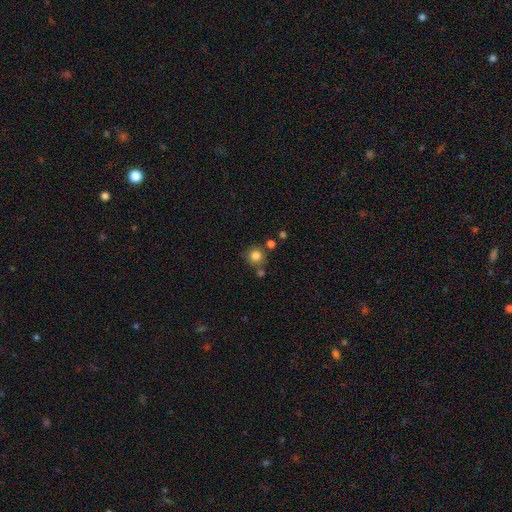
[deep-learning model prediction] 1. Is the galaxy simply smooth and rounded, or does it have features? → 82% smooth, 12% star or artifact, 6% featured or disk.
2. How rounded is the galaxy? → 92% round, 7% in between, 1% cigar-shaped.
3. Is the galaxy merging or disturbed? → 74% none, 12% merger, 11% minor disturbance, 4% major disturbance.